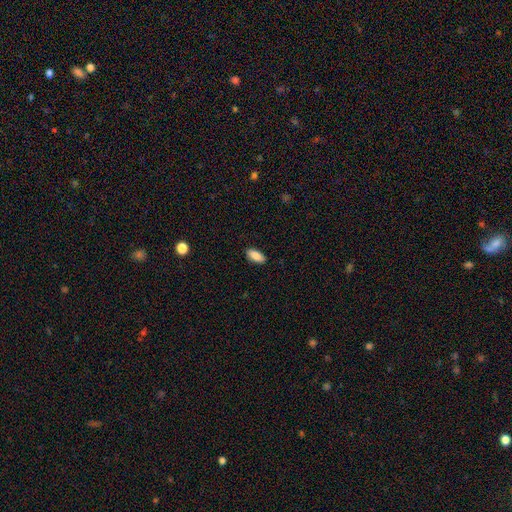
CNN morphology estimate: smooth 88%, star or artifact 7%, featured or disk 6%. Down the decision tree: how rounded — in between (89%); merging — none (89%).